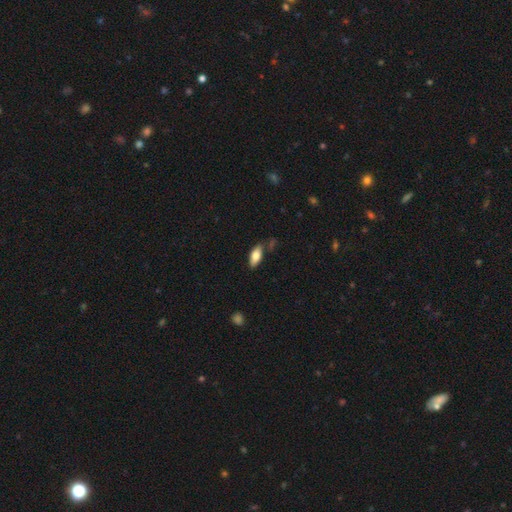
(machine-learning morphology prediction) smooth 78%, featured or disk 16%, star or artifact 6%. Down the decision tree: how rounded — in between (84%); merging — none (76%).